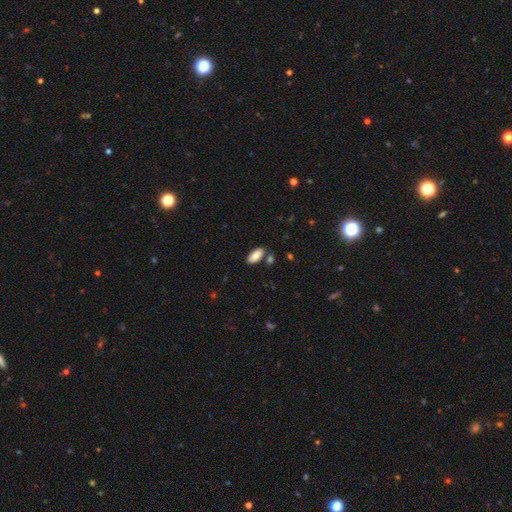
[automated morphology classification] A smooth galaxy with no disk features (86%) that is in between round and cigar-shaped (90%). Merging: none (79%).